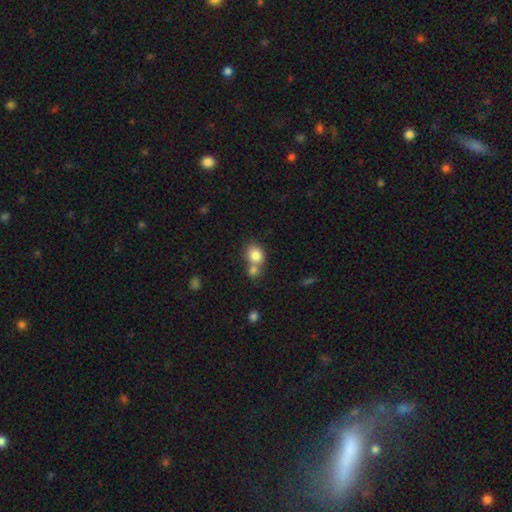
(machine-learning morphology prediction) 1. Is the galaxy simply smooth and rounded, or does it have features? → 81% smooth, 9% featured or disk, 9% star or artifact.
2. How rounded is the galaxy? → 58% round, 41% in between, 1% cigar-shaped.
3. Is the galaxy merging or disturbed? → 48% merger, 40% none, 9% minor disturbance, 3% major disturbance.